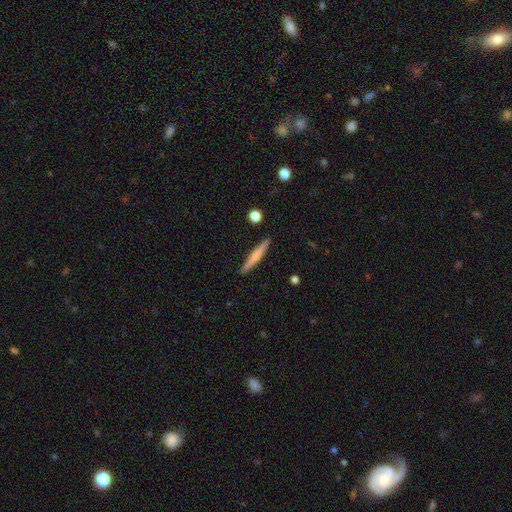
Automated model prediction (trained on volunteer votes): Overall: smooth (56%; featured or disk 39%). How rounded: cigar-shaped (95%). Merging: none (90%).